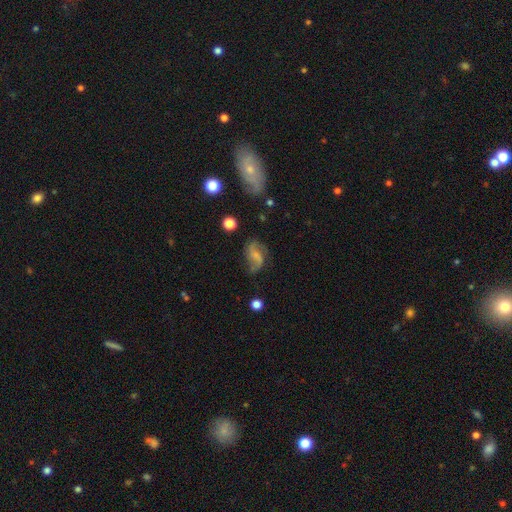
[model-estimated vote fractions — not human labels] Smooth or featured?
  - featured or disk: 70% *
  - smooth: 21%
  - star or artifact: 9%
Edge-on disk?
  - no: 97% *
  - yes: 3%
Bar?
  - weak: 43% *
  - no: 42%
  - strong: 15%
Spiral arms?
  - yes: 93% *
  - no: 7%
Spiral winding?
  - loose: 73% *
  - medium: 22%
  - tight: 5%
Spiral arm count?
  - 2: 89% *
  - 1: 4%
  - can't tell: 3%
  - 3: 1%
  - 4: 1%
  - more than 4: 1%
Bulge size?
  - none: 57% *
  - small: 28%
  - moderate: 11%
  - large: 3%
  - dominant: 1%
Merging?
  - none: 62% *
  - minor disturbance: 21%
  - major disturbance: 13%
  - merger: 3%